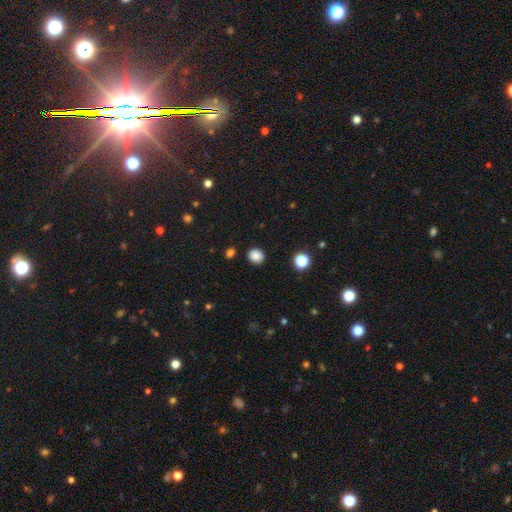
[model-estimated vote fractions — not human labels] A smooth galaxy with no disk features (85%) that is round (73%).

Vote fractions:
- Smooth or featured? smooth: 85% / star or artifact: 11% / featured or disk: 4%
- How rounded? round: 73% / in between: 26% / cigar-shaped: 1%
- Merging? none: 87% / minor disturbance: 8% / major disturbance: 2% / merger: 2%